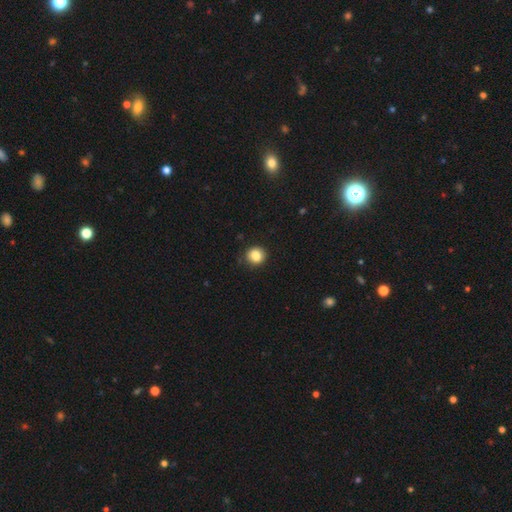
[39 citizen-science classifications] A smooth galaxy with no disk features (90%) that is round (91%). Merging: none (92%).